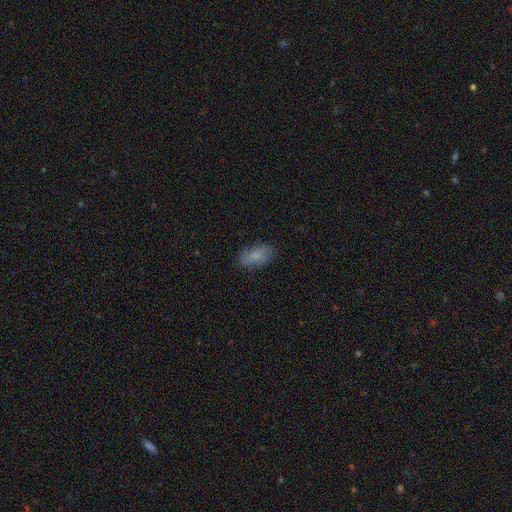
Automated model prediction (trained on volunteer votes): smooth_or_featured: smooth (p=0.81) [alt: featured or disk p=0.11]
how_rounded: in between (p=0.91) [alt: cigar-shaped p=0.05]
merging: none (p=0.81) [alt: minor disturbance p=0.14]